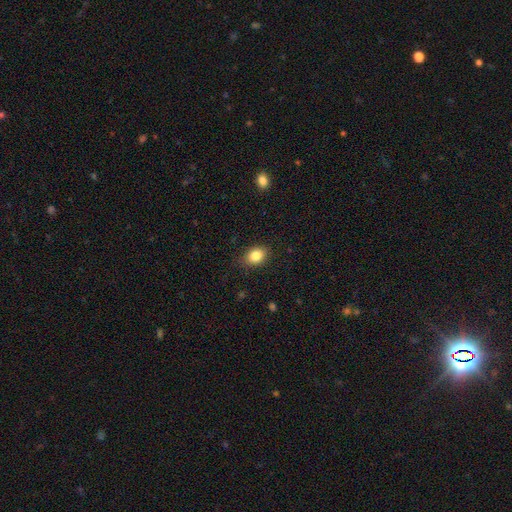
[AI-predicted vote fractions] Morphology: type=smooth (83%); roundness=in between (61%); merging=none (84%).